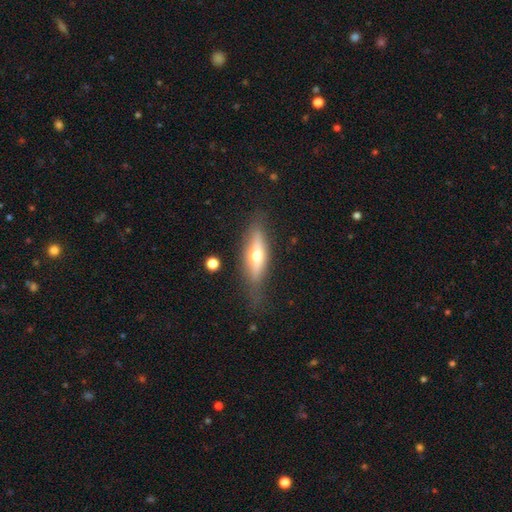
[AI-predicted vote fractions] A featured or disk galaxy (55%) viewed edge-on (87%).

Vote fractions:
- Smooth or featured? featured or disk: 55% / smooth: 38% / star or artifact: 7%
- Edge-on disk? yes: 87% / no: 13%
- Merging? none: 74% / minor disturbance: 18% / major disturbance: 6% / merger: 2%